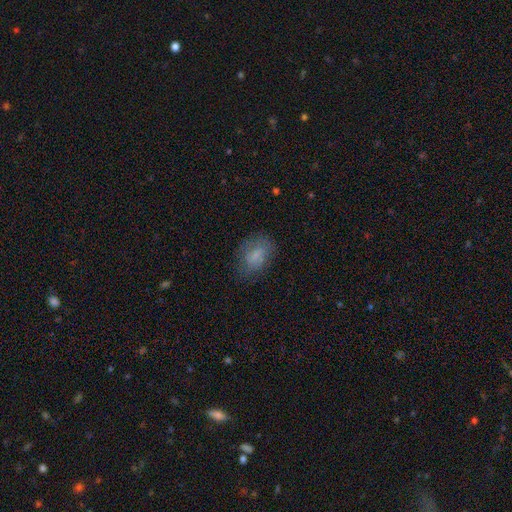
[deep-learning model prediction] Smooth or featured? Predicted: smooth (p=0.72). How rounded? Predicted: in between (p=0.83). Merging? Predicted: none (p=0.66).